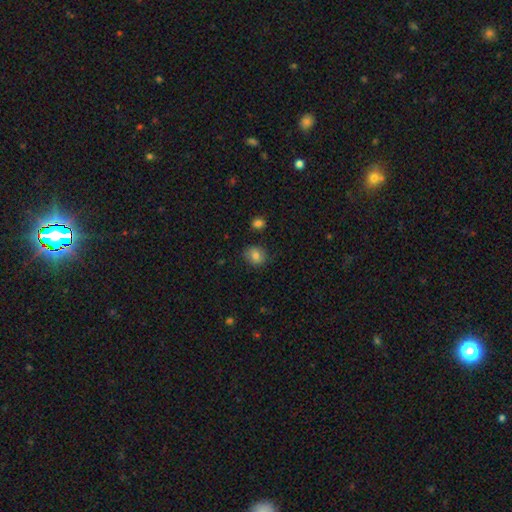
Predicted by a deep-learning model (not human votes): The model was most divided on "how rounded": round: 75%, in between: 24%, cigar-shaped: 1%. More confident: merging — none (84%); smooth or featured — smooth (80%).